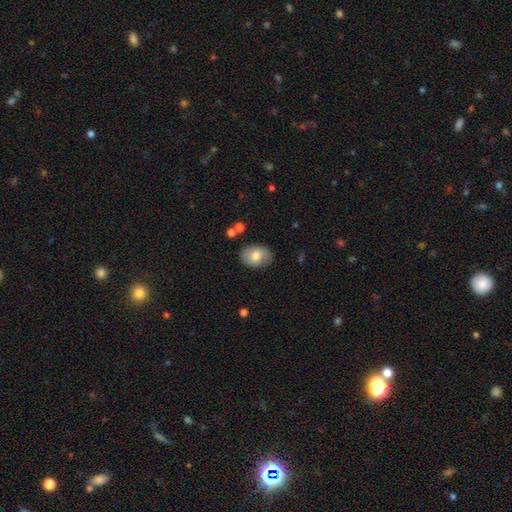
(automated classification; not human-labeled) The model was most divided on "smooth or featured": smooth: 70%, featured or disk: 22%, star or artifact: 8%. More confident: merging — none (78%); how rounded — in between (75%).